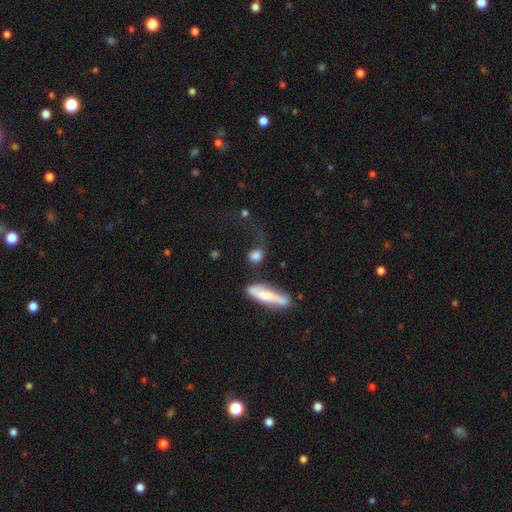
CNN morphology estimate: Overall: smooth (76%). How rounded: in between (44%; round 42%). Merging: none (42%; major disturbance 24%).